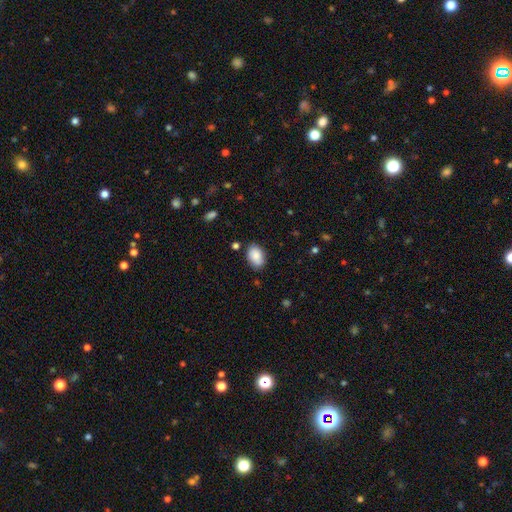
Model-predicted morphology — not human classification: A smooth galaxy with no disk features (86%) that is in between round and cigar-shaped (88%).

Vote fractions:
- Smooth or featured? smooth: 86% / featured or disk: 7% / star or artifact: 7%
- How rounded? in between: 88% / round: 11% / cigar-shaped: 1%
- Merging? none: 79% / minor disturbance: 15% / major disturbance: 3% / merger: 3%